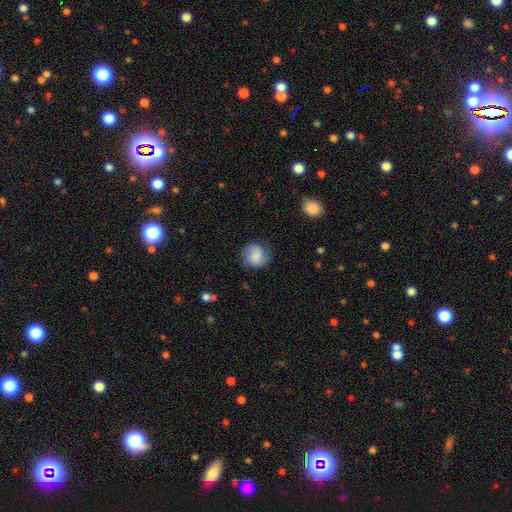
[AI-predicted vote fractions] A smooth galaxy with no disk features (68%) that is round (85%). Merging: none (73%).